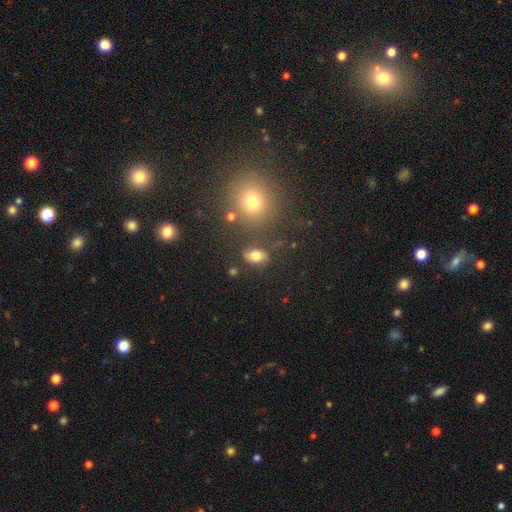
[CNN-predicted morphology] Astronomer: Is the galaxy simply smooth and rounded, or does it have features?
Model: smooth — 77%.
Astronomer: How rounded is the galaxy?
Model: in between — 79%.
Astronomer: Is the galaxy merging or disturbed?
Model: none — 77%.